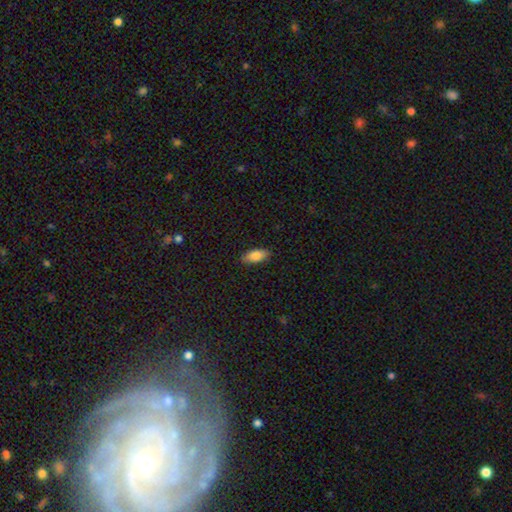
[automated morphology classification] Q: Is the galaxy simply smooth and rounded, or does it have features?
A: smooth — 84%.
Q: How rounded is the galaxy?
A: in between — 84%.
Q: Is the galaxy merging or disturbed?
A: none — 88%.